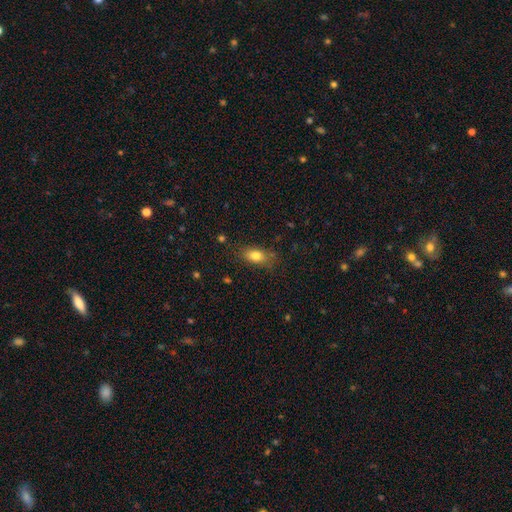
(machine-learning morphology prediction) Q: Smooth or featured?
A: smooth (80%); runner-up: featured or disk (11%)
Q: How rounded?
A: in between (82%); runner-up: round (10%)
Q: Merging?
A: none (75%); runner-up: minor disturbance (18%)